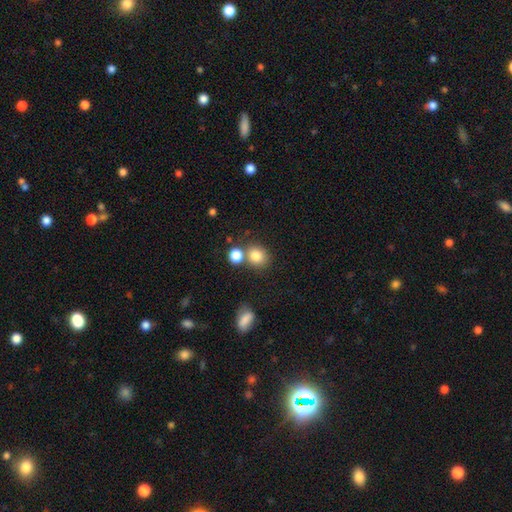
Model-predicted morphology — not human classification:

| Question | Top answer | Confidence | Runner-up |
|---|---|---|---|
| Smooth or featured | smooth | 82% | star or artifact (11%) |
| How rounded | round | 73% | in between (26%) |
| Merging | none | 62% | merger (24%) |